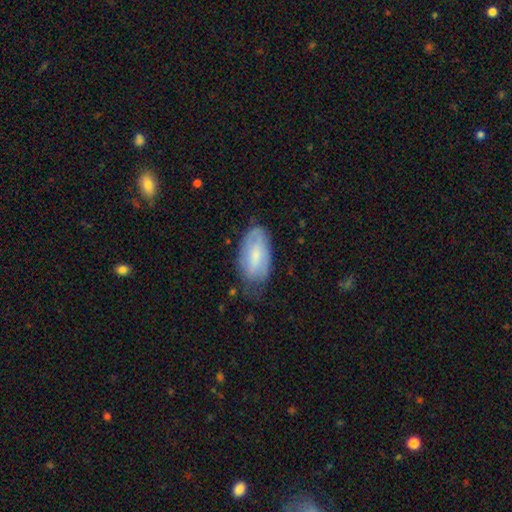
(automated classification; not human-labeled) Smooth or featured?
  - smooth: 59% *
  - featured or disk: 34%
  - star or artifact: 7%
How rounded?
  - in between: 93% *
  - cigar-shaped: 5%
  - round: 3%
Merging?
  - none: 56% *
  - minor disturbance: 33%
  - major disturbance: 10%
  - merger: 2%